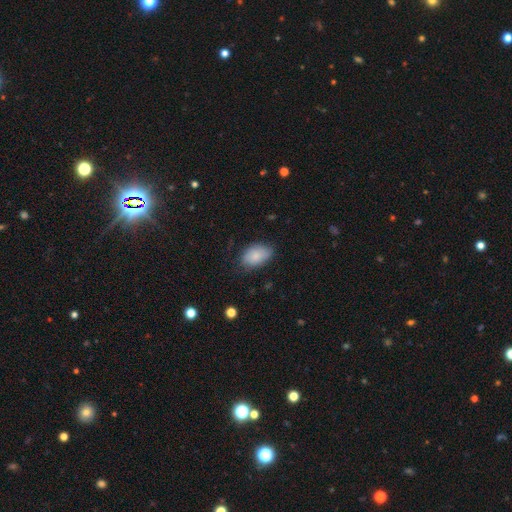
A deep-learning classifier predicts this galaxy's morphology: The model was most divided on "merging": none: 69%, minor disturbance: 24%, major disturbance: 6%, merger: 1%. More confident: how rounded — in between (88%); smooth or featured — smooth (82%).